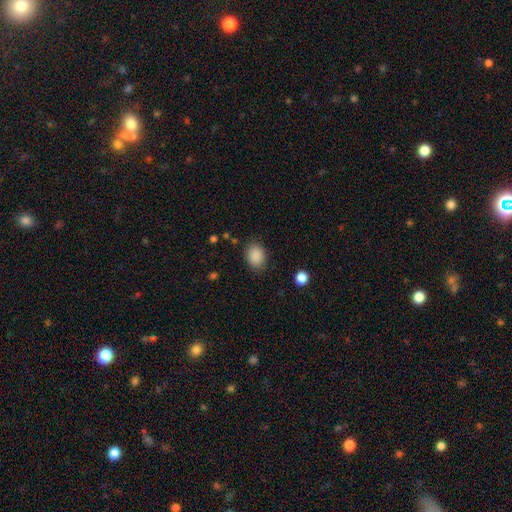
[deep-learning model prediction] Smooth or featured?
  - smooth: 88% *
  - star or artifact: 9%
  - featured or disk: 3%
How rounded?
  - in between: 67% *
  - round: 32%
  - cigar-shaped: 1%
Merging?
  - none: 84% *
  - minor disturbance: 12%
  - major disturbance: 4%
  - merger: 1%